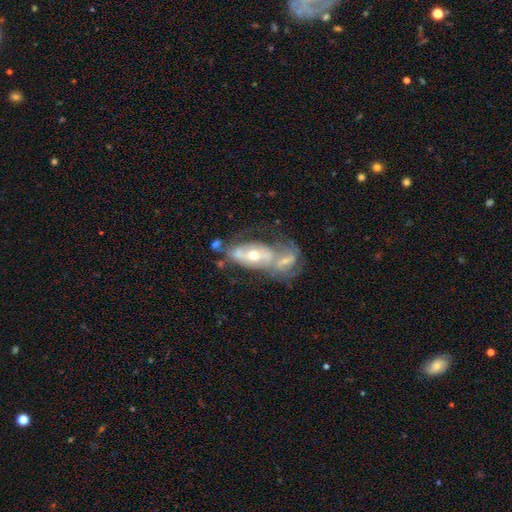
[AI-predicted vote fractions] A featured or disk galaxy (67%) with no bar (77%), spiral arms (54%) and a moderate central bulge (63%). Merging: merger (59%).